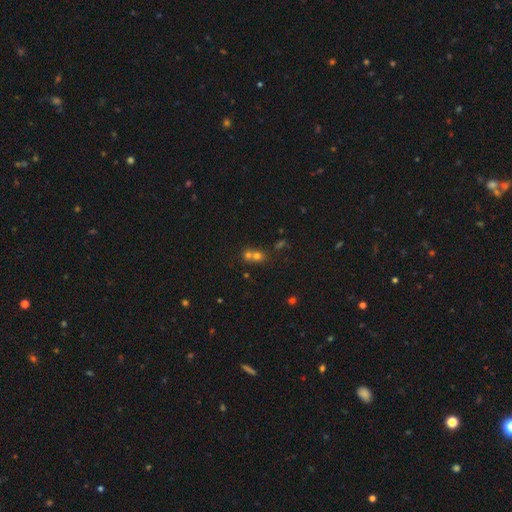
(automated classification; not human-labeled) smooth-or-featured: smooth: 56% | star or artifact: 29% | featured or disk: 15%
  how-rounded: round: 79% | in between: 19% | cigar-shaped: 1%
  merging: merger: 51% | none: 40% | minor disturbance: 6% | major disturbance: 3%